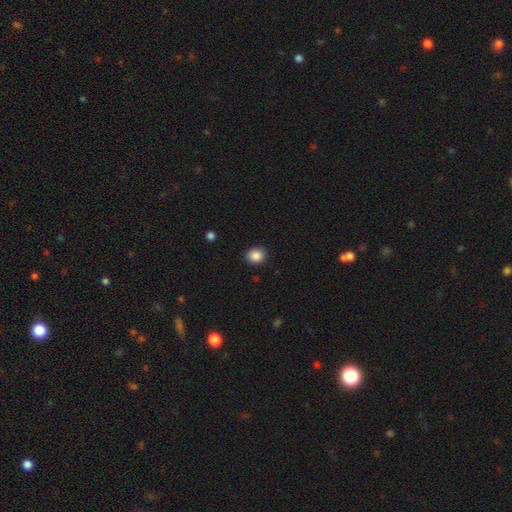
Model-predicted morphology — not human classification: Smooth or featured?
  - smooth: 88% *
  - star or artifact: 9%
  - featured or disk: 3%
How rounded?
  - round: 77% *
  - in between: 22%
  - cigar-shaped: 1%
Merging?
  - none: 90% *
  - minor disturbance: 7%
  - major disturbance: 2%
  - merger: 1%